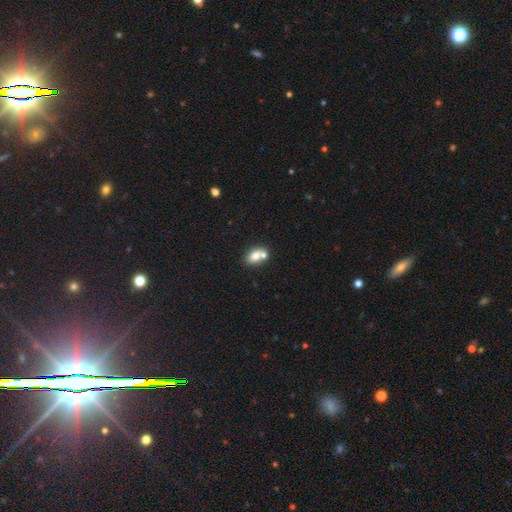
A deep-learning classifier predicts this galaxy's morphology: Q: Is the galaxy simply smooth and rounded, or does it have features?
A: smooth — 73%.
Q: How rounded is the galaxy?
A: in between — 78%.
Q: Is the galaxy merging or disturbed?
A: merger — 44%.